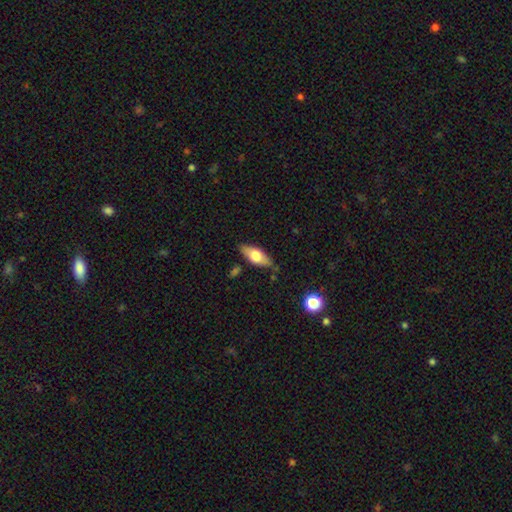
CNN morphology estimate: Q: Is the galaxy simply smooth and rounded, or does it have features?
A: smooth — 59%.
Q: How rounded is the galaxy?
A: in between — 77%.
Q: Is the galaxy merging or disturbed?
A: none — 78%.